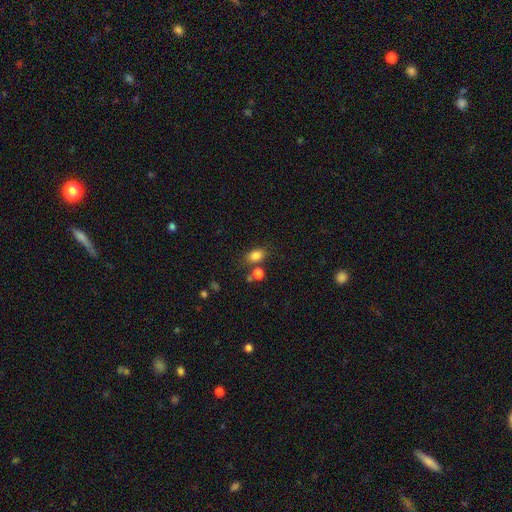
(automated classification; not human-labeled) A smooth galaxy with no disk features (83%) that is in between round and cigar-shaped (78%). Merging: none (69%).